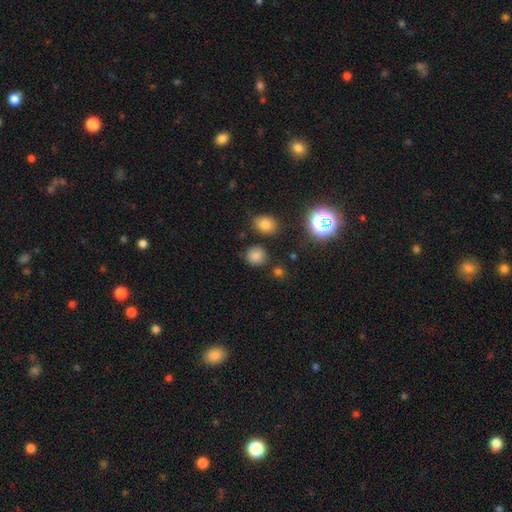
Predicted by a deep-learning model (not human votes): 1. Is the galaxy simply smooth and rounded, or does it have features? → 80% smooth, 15% star or artifact, 5% featured or disk.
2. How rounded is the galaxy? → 85% round, 14% in between, 1% cigar-shaped.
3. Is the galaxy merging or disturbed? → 84% none, 9% minor disturbance, 4% merger, 3% major disturbance.